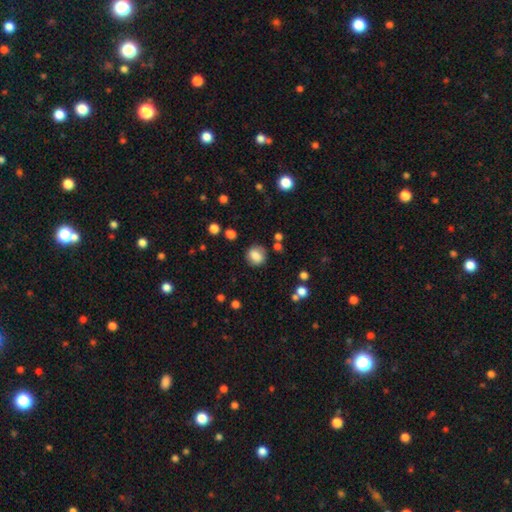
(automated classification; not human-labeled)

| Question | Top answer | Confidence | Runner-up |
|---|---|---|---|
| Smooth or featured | smooth | 83% | star or artifact (9%) |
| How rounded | round | 68% | in between (31%) |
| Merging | none | 82% | minor disturbance (11%) |